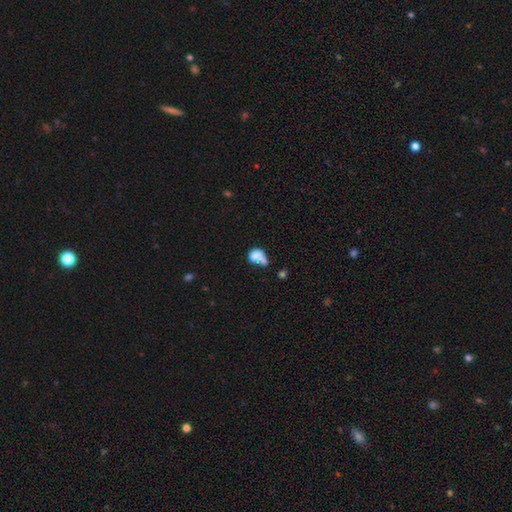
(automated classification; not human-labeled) Overall: smooth (71%). How rounded: round (53%; in between 45%). Merging: merger (45%; none 24%).